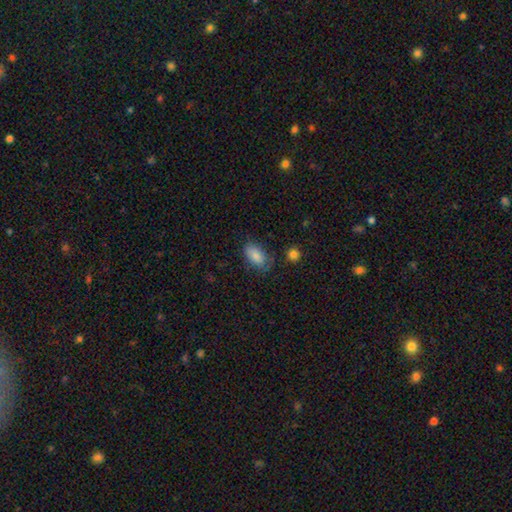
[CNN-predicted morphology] The model was most divided on "merging": none: 66%, minor disturbance: 25%, major disturbance: 7%, merger: 3%. More confident: how rounded — in between (92%); smooth or featured — smooth (84%).